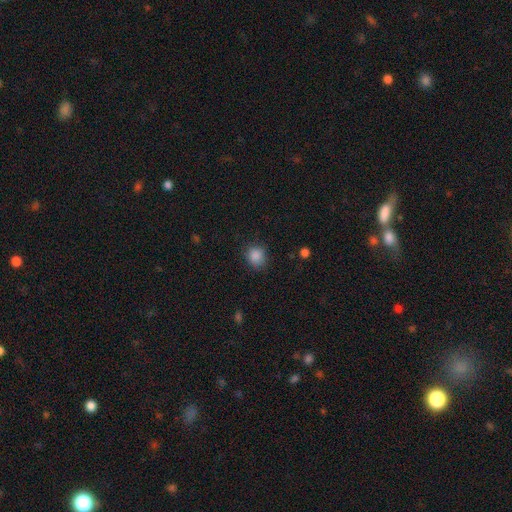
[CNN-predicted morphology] This appears to be a smooth galaxy with no disk features (86%) that is round (76%). Merging: none (78%).